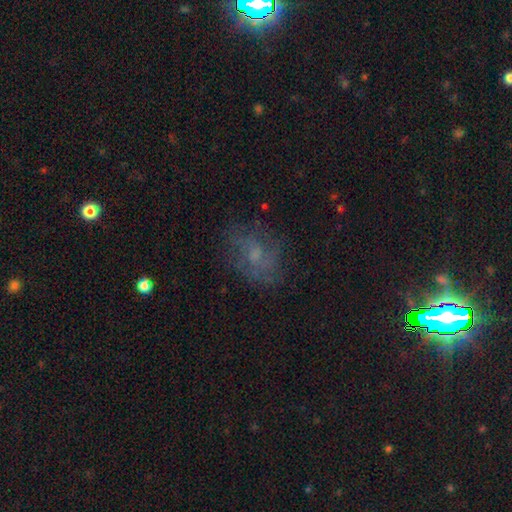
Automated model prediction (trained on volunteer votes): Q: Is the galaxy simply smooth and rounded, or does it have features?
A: featured or disk — 45%.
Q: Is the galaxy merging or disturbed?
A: none — 66%.